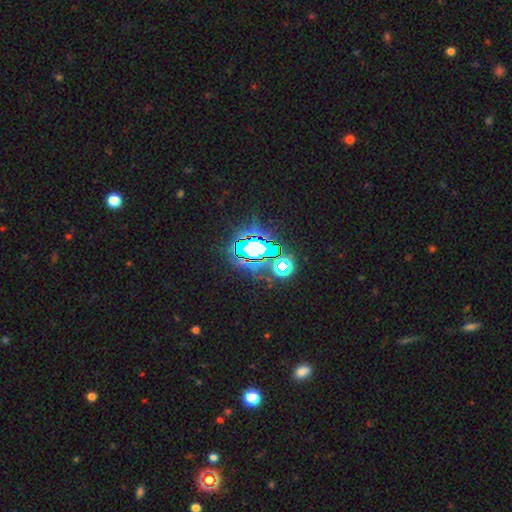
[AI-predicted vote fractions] Smooth or featured? star or artifact (80%)